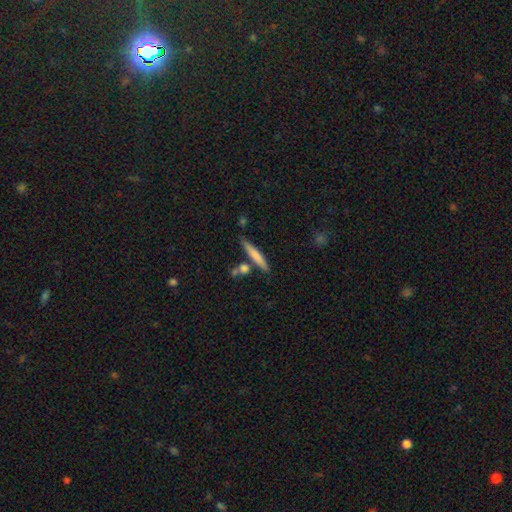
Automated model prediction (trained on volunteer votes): This appears to be a smooth galaxy with no disk features (72%) that is cigar-shaped (91%). Merging: none (78%).